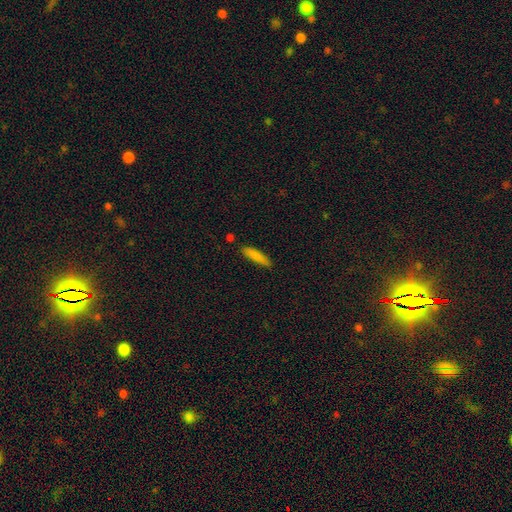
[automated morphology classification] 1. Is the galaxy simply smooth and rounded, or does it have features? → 82% smooth, 11% featured or disk, 7% star or artifact.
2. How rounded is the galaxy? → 79% cigar-shaped, 20% in between, 2% round.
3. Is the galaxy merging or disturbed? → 81% none, 14% minor disturbance, 3% merger, 3% major disturbance.